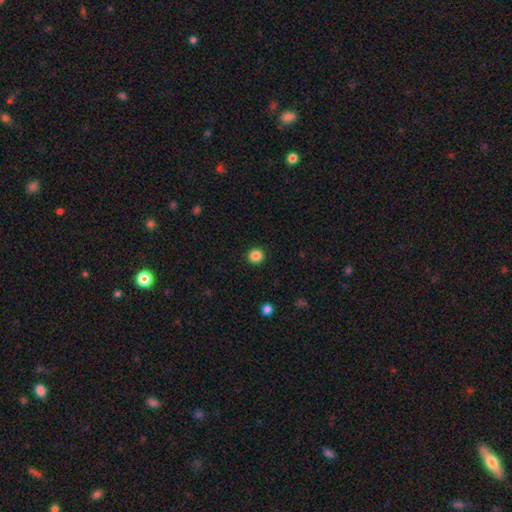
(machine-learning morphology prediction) A smooth galaxy with no disk features (86%) that is round (93%).

Vote fractions:
- Smooth or featured? smooth: 86% / star or artifact: 11% / featured or disk: 3%
- How rounded? round: 93% / in between: 6% / cigar-shaped: 1%
- Merging? none: 93% / minor disturbance: 4% / major disturbance: 2% / merger: 1%